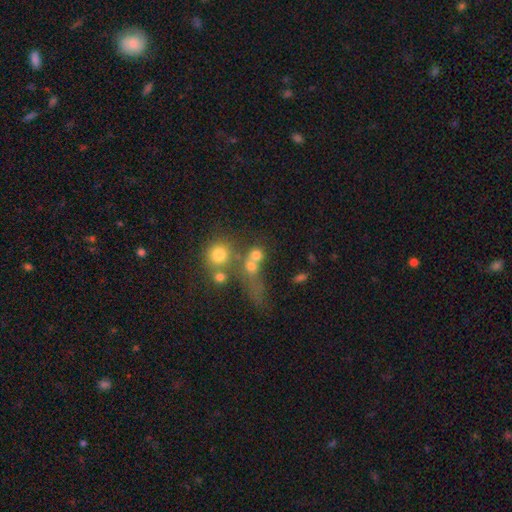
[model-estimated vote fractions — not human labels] Q: Smooth or featured?
A: smooth (67%); runner-up: star or artifact (18%)
Q: How rounded?
A: round (79%); runner-up: in between (18%)
Q: Merging?
A: merger (40%); tied with: none (40%)